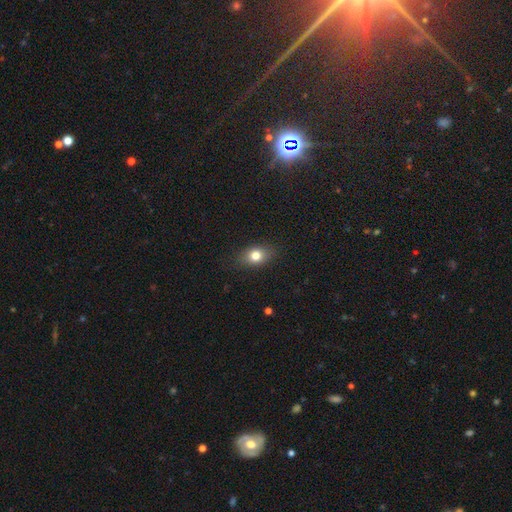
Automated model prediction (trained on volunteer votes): Smooth or featured? Predicted: smooth (p=0.78). How rounded? Predicted: in between (p=0.67). Merging? Predicted: none (p=0.85).